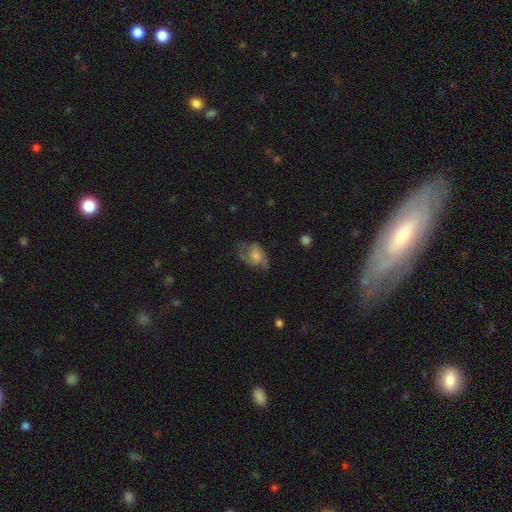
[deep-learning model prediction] The model was most divided on "bulge size": moderate: 44%, small: 28%, large: 15%, none: 10%, dominant: 2%. More confident: edge-on disk — no (96%); spiral arms — yes (82%); bar — no (66%); merging — none (56%); smooth or featured — featured or disk (55%).